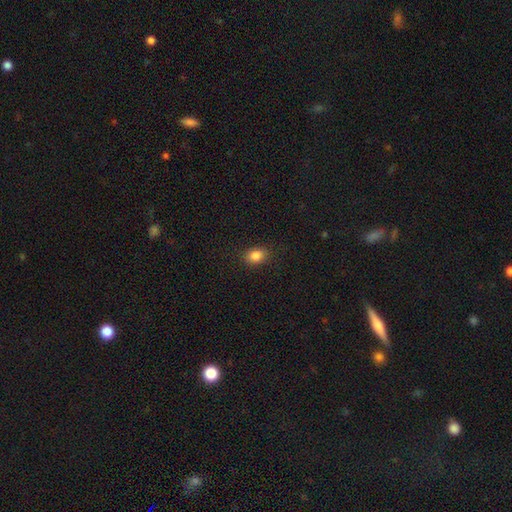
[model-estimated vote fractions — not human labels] Smooth or featured? Predicted: smooth (p=0.85). How rounded? Predicted: in between (p=0.65). Merging? Predicted: none (p=0.87).